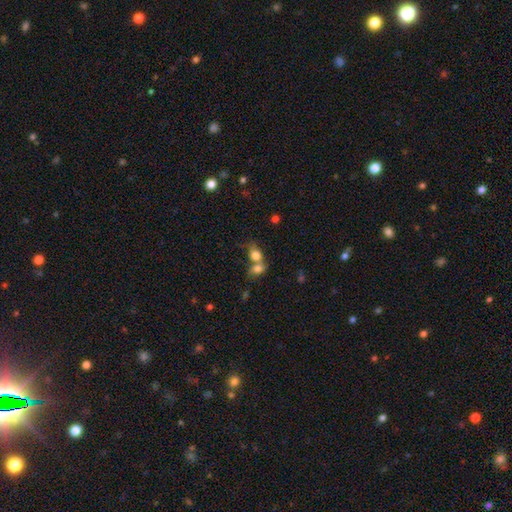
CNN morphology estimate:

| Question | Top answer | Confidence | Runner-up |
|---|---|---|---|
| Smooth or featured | smooth | 78% | featured or disk (12%) |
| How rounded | in between | 58% | round (40%) |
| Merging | merger | 64% | none (23%) |